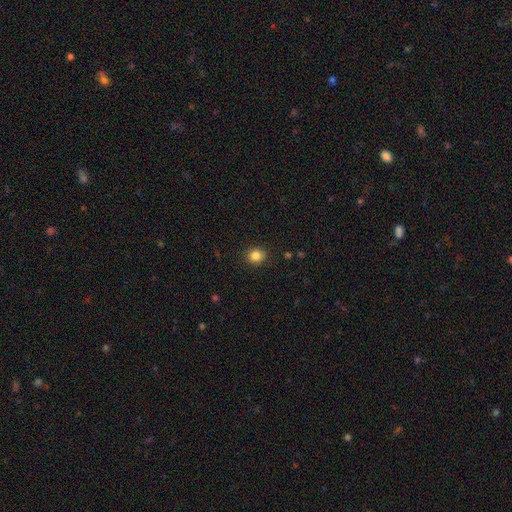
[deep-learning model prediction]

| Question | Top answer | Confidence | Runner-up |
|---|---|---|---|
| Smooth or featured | smooth | 84% | star or artifact (11%) |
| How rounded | round | 74% | in between (25%) |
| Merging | none | 89% | minor disturbance (7%) |